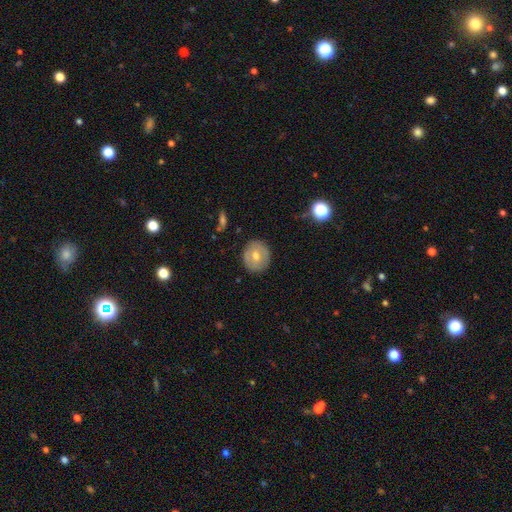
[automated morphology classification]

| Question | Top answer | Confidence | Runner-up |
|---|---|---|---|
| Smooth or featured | smooth | 51% | featured or disk (40%) |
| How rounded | round | 87% | in between (12%) |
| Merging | none | 88% | minor disturbance (9%) |